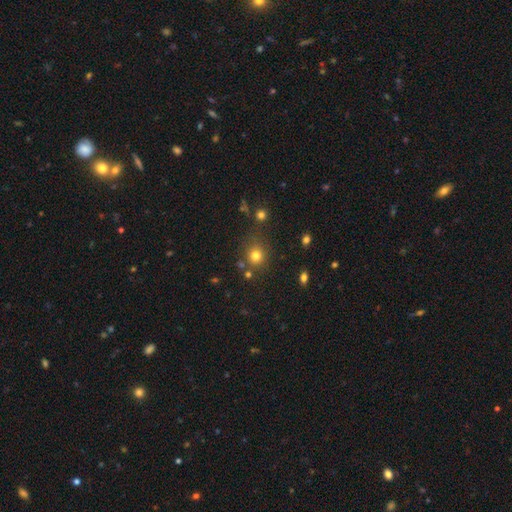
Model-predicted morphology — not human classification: Smooth or featured? Predicted: smooth (p=0.76). How rounded? Predicted: round (p=0.85). Merging? Predicted: none (p=0.74).